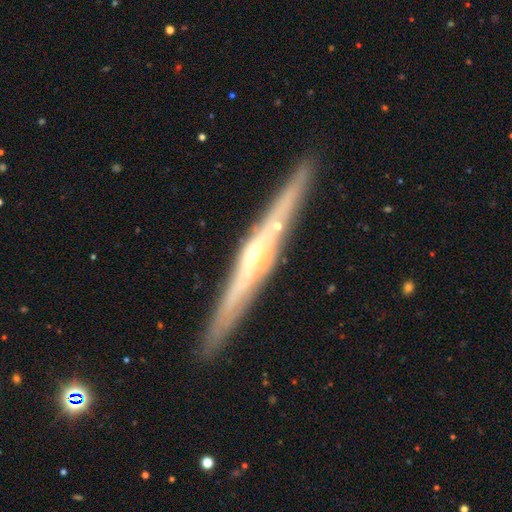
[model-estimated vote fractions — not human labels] This is clearly a featured or disk galaxy (81%). It is clearly viewed edge-on (96%). Edge-on bulge: likely rounded (71%). Merging: clearly none (89%).